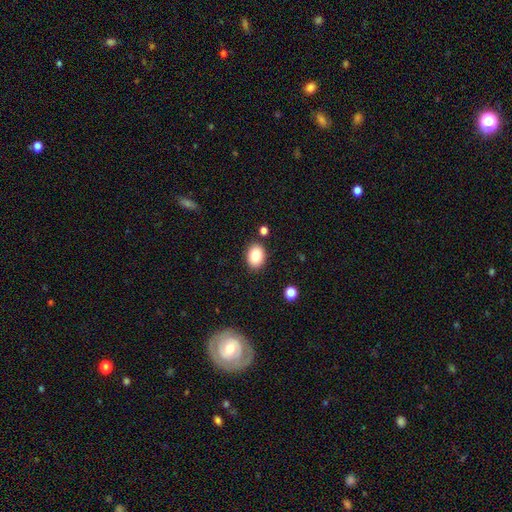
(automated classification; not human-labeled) smooth 84%, star or artifact 8%, featured or disk 7%. Down the decision tree: how rounded — in between (66%); merging — none (86%).